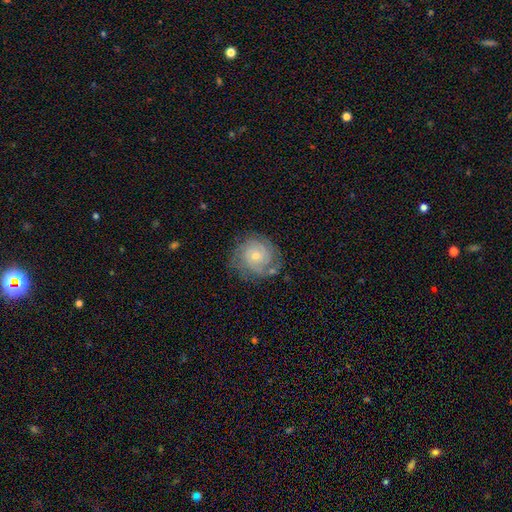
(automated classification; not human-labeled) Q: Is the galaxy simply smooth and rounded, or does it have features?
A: featured or disk — 67%.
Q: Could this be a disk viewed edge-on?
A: no — 97%.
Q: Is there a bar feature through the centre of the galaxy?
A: no — 81%.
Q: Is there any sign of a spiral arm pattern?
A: yes — 88%.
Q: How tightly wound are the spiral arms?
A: tight — 71%.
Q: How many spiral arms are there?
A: can't tell — 41%.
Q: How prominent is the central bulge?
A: small — 61%.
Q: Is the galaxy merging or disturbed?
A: none — 73%.